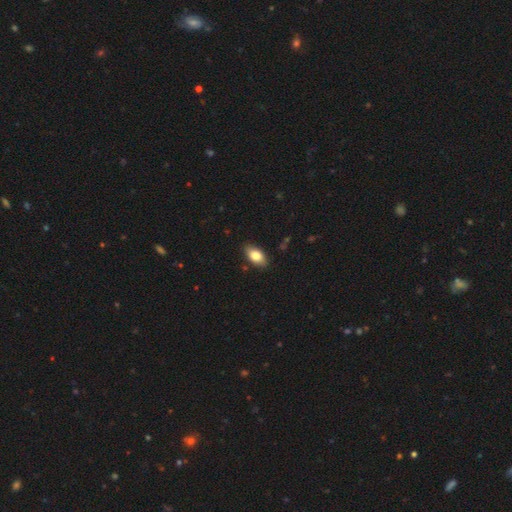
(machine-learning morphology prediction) The model was most divided on "smooth or featured": smooth: 81%, featured or disk: 12%, star or artifact: 7%. More confident: how rounded — in between (92%); merging — none (86%).